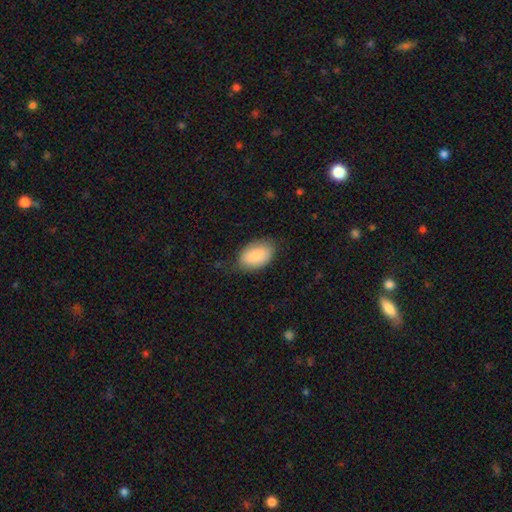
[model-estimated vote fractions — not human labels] Q: Smooth or featured?
A: smooth (85%); runner-up: featured or disk (9%)
Q: How rounded?
A: in between (92%); runner-up: round (7%)
Q: Merging?
A: none (71%); runner-up: minor disturbance (22%)